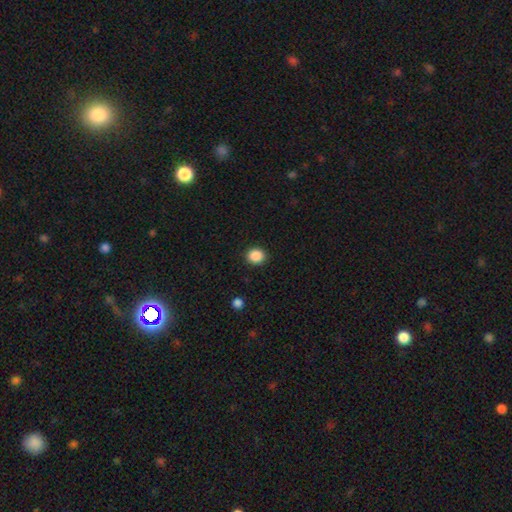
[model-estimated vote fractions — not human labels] Morphology: type=smooth (88%); roundness=round (78%); merging=none (91%).